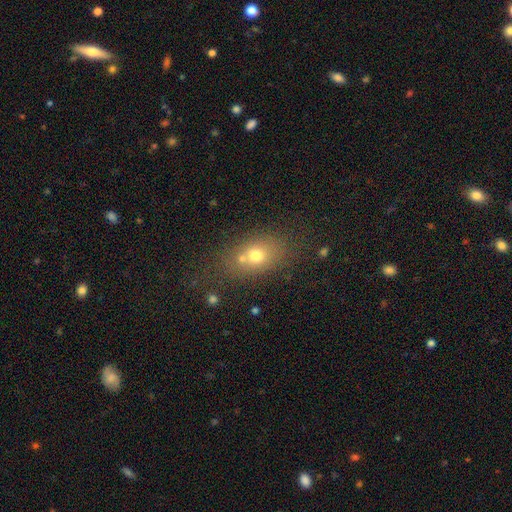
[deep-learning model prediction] A smooth galaxy with no disk features (67%) that is in between round and cigar-shaped (62%). Merging: none (55%).